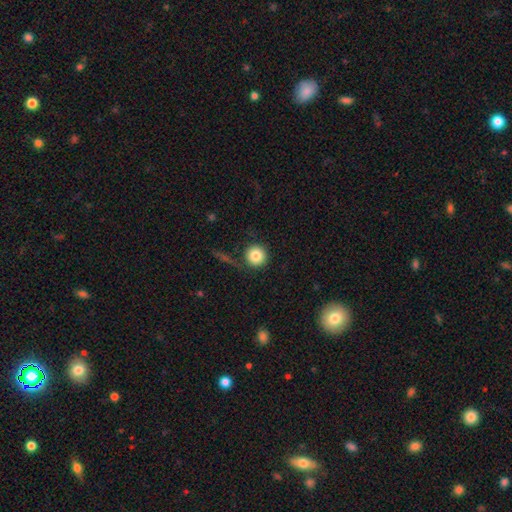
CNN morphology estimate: Smooth or featured? smooth (83%)
How rounded? round (95%)
Merging? none (84%)